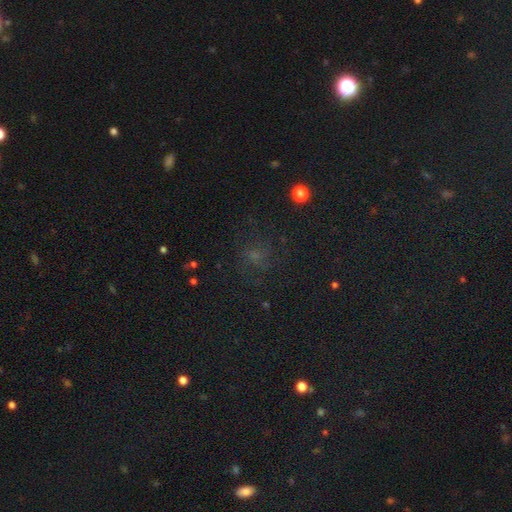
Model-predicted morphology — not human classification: Smooth or featured?
  - smooth: 40% *
  - star or artifact: 38%
  - featured or disk: 21%
Merging?
  - none: 68% *
  - minor disturbance: 16%
  - major disturbance: 14%
  - merger: 2%